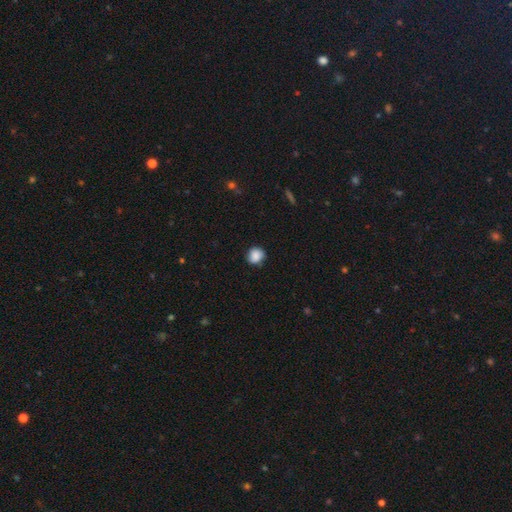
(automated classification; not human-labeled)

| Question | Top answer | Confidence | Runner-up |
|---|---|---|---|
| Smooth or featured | smooth | 86% | star or artifact (9%) |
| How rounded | round | 83% | in between (16%) |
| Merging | none | 78% | minor disturbance (18%) |